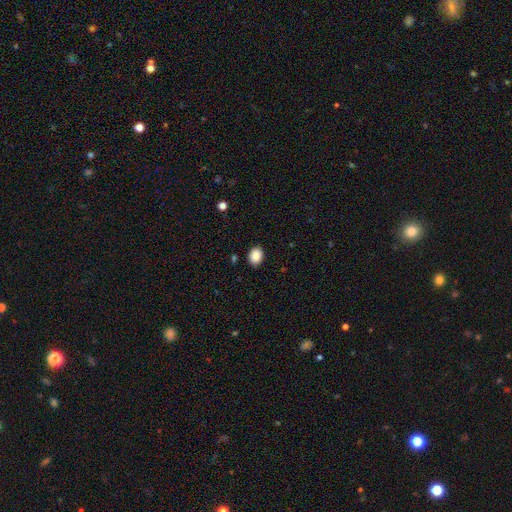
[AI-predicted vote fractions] A smooth galaxy with no disk features (88%) that is in between round and cigar-shaped (59%). Merging: none (89%).